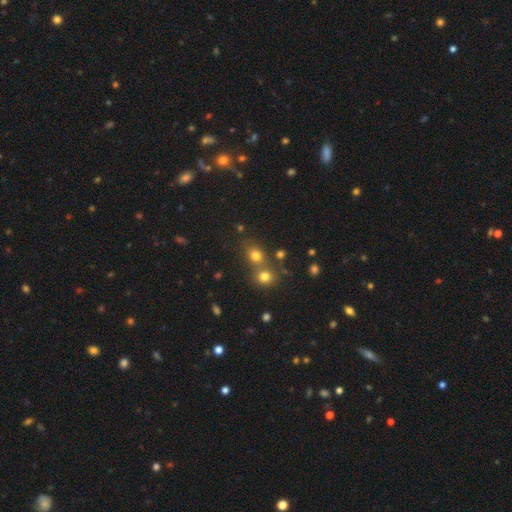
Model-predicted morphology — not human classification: smooth 74%, star or artifact 17%, featured or disk 9%. Down the decision tree: how rounded — round (66%); merging — none (50%).